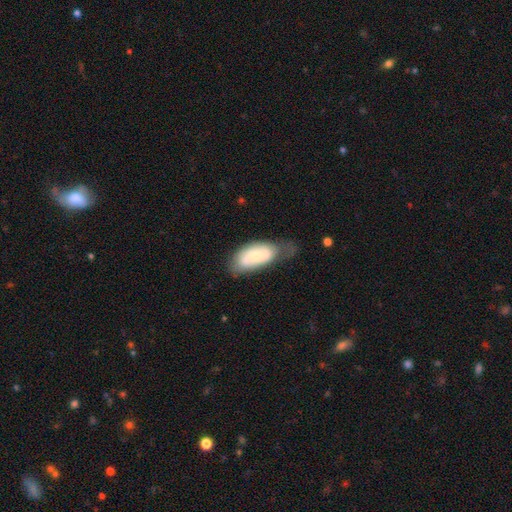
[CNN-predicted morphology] Smooth or featured: smooth — 57% (featured or disk — 37%)
How rounded: in between — 88% (cigar-shaped — 9%)
Merging: minor disturbance — 37% (none — 35%)